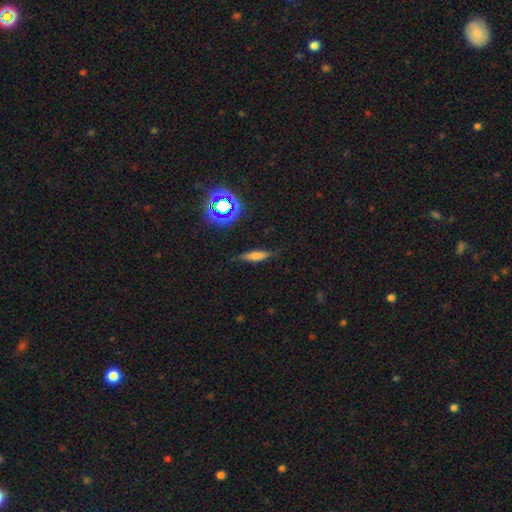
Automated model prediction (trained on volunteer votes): smooth 60%, featured or disk 26%, star or artifact 14%. Down the decision tree: how rounded — cigar-shaped (68%); merging — none (78%).